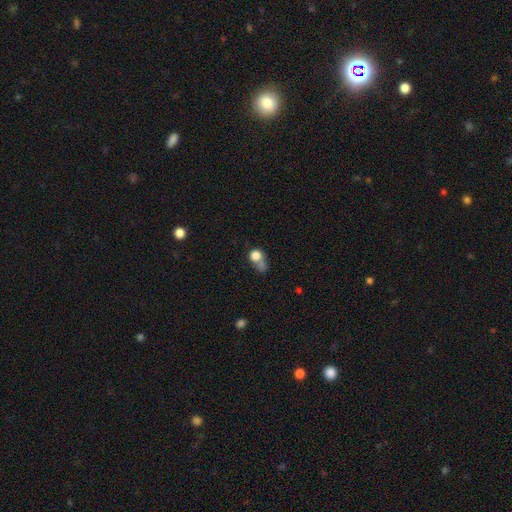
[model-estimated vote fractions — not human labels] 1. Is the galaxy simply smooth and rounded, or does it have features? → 77% smooth, 12% featured or disk, 12% star or artifact.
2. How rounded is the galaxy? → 76% round, 22% in between, 1% cigar-shaped.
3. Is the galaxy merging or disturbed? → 40% merger, 32% none, 14% minor disturbance, 14% major disturbance.